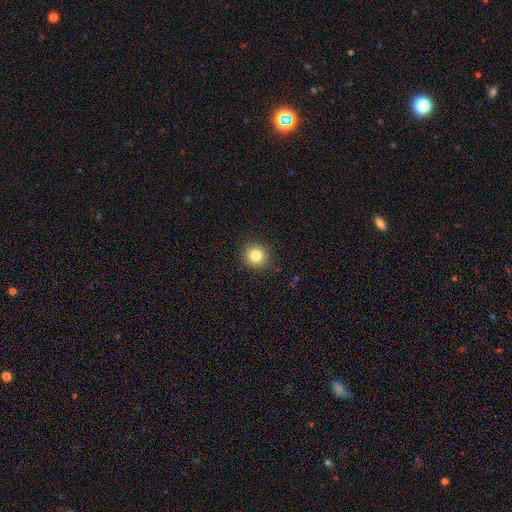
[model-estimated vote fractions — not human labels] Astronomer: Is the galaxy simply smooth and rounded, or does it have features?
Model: smooth — 84%.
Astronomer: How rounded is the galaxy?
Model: round — 93%.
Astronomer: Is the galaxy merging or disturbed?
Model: none — 90%.